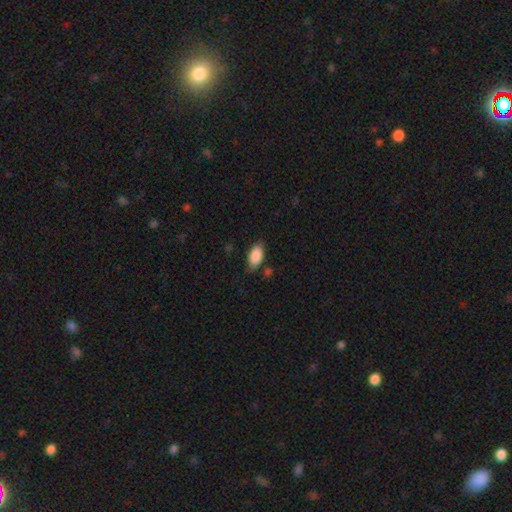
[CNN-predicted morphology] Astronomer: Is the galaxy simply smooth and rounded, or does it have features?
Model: smooth — 87%.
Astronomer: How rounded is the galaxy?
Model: in between — 92%.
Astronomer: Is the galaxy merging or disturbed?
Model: none — 74%.